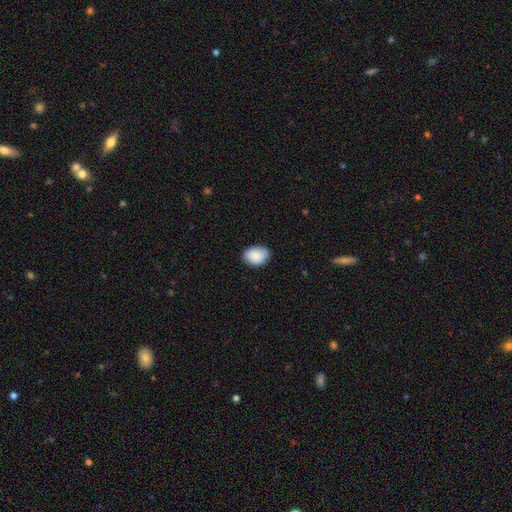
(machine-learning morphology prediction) type=smooth (87%); roundness=in between (71%); merging=none (80%).